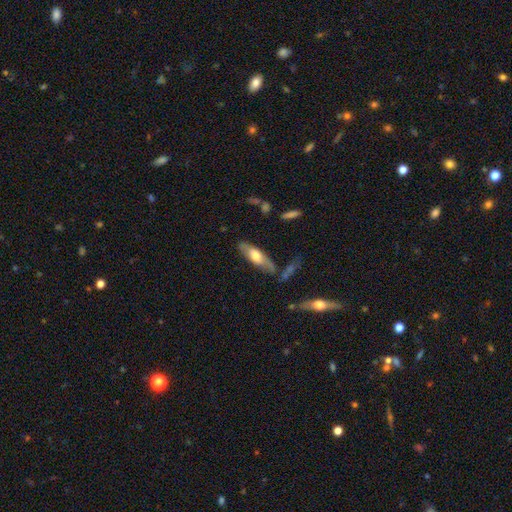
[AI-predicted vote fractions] Overall: smooth (53%; featured or disk 41%). How rounded: in between (49%, tied with cigar-shaped). Merging: none (71%).